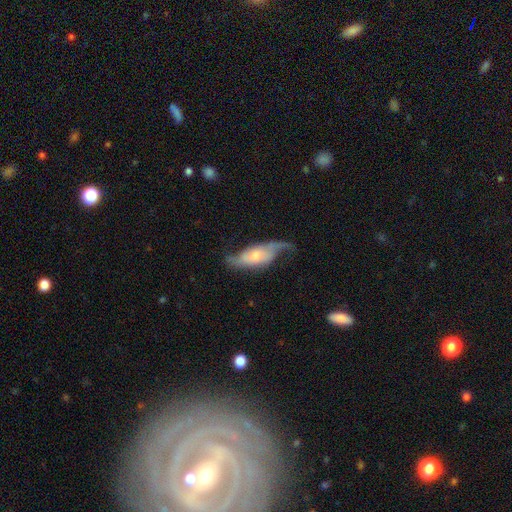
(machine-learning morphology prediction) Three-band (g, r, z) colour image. It shows a featured or disk galaxy (67%) with no bar (62%), spiral arms (86%) and a moderate central bulge (47%). Merging: none (47%).